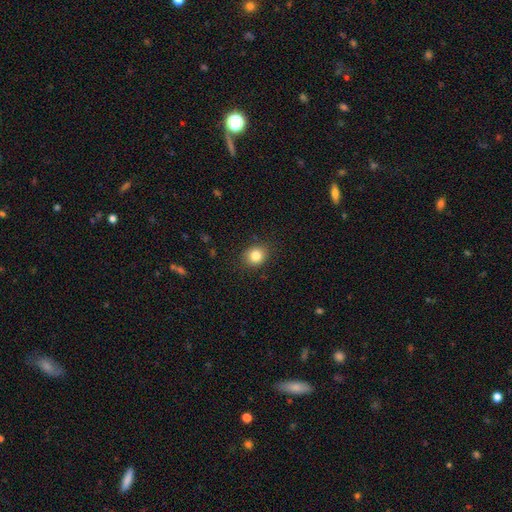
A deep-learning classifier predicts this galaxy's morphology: This is clearly a smooth galaxy (83%). How rounded: likely round (67%). Merging: clearly none (87%).